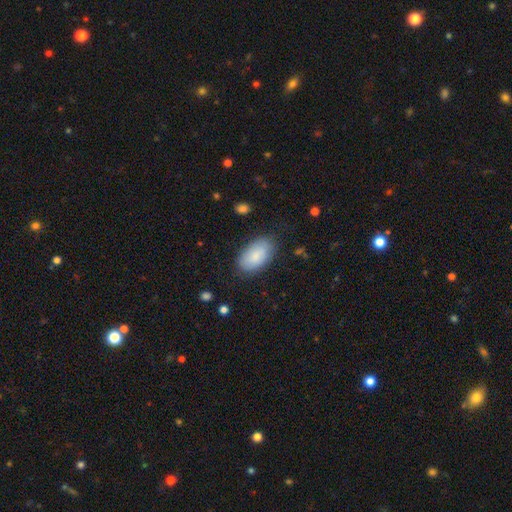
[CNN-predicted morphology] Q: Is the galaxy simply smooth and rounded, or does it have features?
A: smooth — 83%.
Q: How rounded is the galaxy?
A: in between — 95%.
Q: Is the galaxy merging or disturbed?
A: none — 79%.